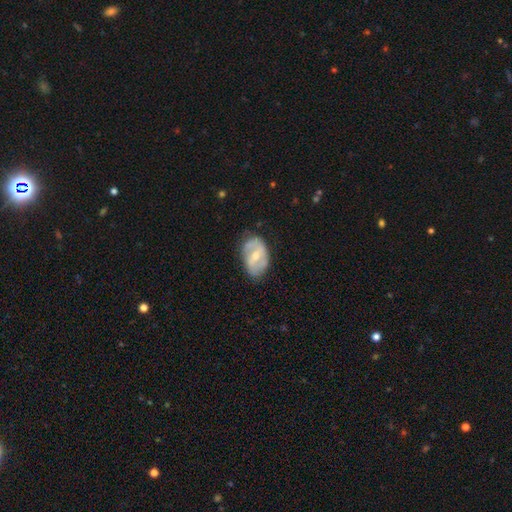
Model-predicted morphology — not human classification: smooth-or-featured: featured or disk: 63% | smooth: 31% | star or artifact: 6%
  disk-edge-on: no: 95% | yes: 5%
    bar: weak: 48% | no: 27% | strong: 25%
    has-spiral-arms: yes: 67% | no: 33%
    bulge-size: moderate: 55% | small: 40% | large: 2% | none: 2% | dominant: 1%
  merging: none: 65% | minor disturbance: 26% | major disturbance: 8% | merger: 1%